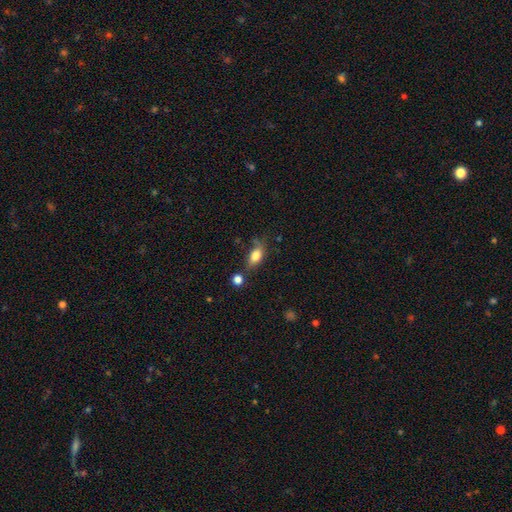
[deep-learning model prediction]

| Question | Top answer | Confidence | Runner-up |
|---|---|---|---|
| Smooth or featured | smooth | 78% | featured or disk (13%) |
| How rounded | in between | 82% | round (10%) |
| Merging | none | 59% | minor disturbance (24%) |